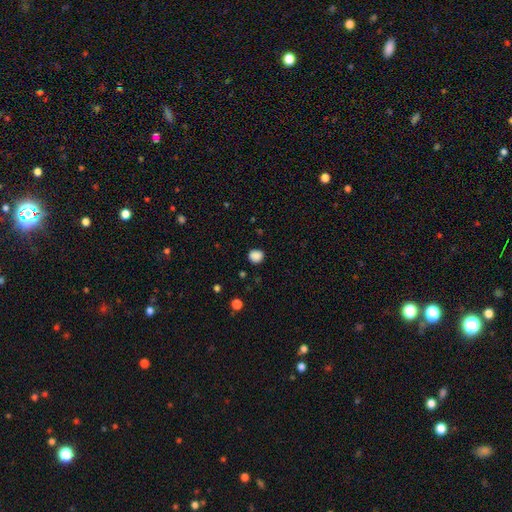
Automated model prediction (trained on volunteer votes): Smooth or featured? smooth (86%)
How rounded? round (84%)
Merging? none (88%)